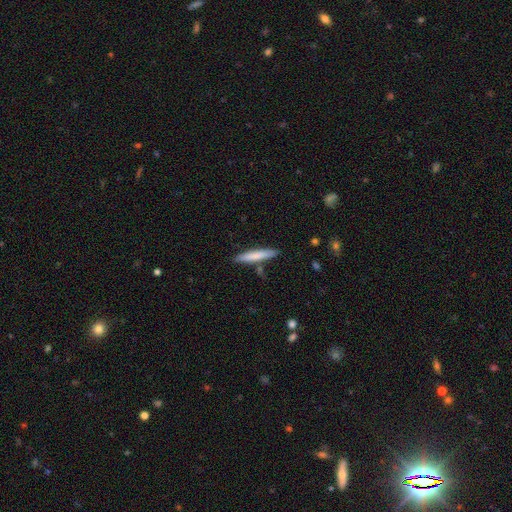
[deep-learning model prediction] A smooth galaxy with no disk features (74%) that is cigar-shaped (93%).

Vote fractions:
- Smooth or featured? smooth: 74% / featured or disk: 21% / star or artifact: 5%
- How rounded? cigar-shaped: 93% / in between: 6% / round: 1%
- Merging? none: 85% / minor disturbance: 9% / merger: 4% / major disturbance: 2%